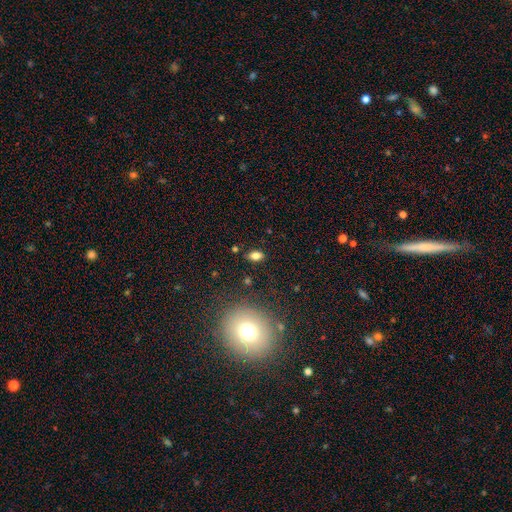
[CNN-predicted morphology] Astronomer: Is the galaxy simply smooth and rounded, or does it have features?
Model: smooth — 77%.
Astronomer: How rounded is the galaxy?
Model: in between — 84%.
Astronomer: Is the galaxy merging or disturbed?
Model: none — 84%.